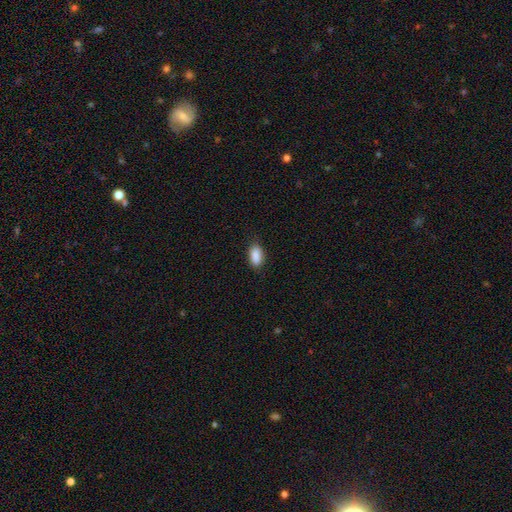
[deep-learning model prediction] Smooth or featured: smooth — 89% (star or artifact — 7%)
How rounded: in between — 90% (cigar-shaped — 6%)
Merging: none — 80% (minor disturbance — 16%)